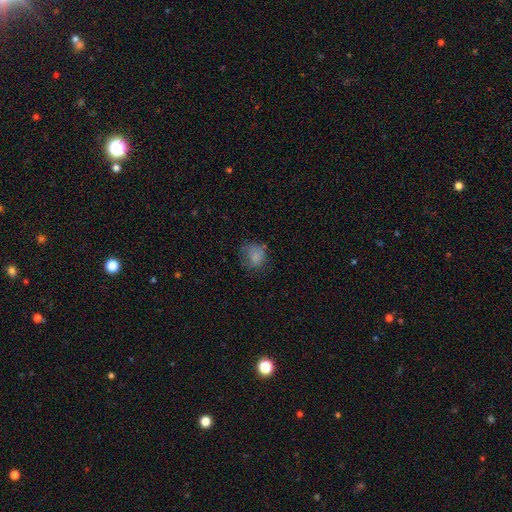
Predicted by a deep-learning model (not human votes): Morphology: type=smooth (75%); roundness=round (68%); merging=none (53%).